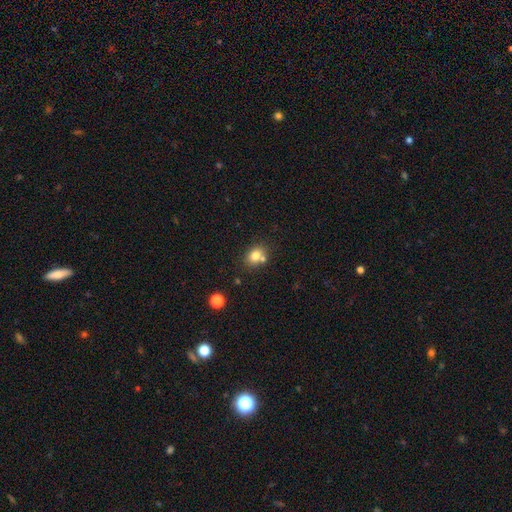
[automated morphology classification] The model was most divided on "how rounded": in between: 50%, round: 49%, cigar-shaped: 1%. More confident: smooth or featured — smooth (78%); merging — none (62%).